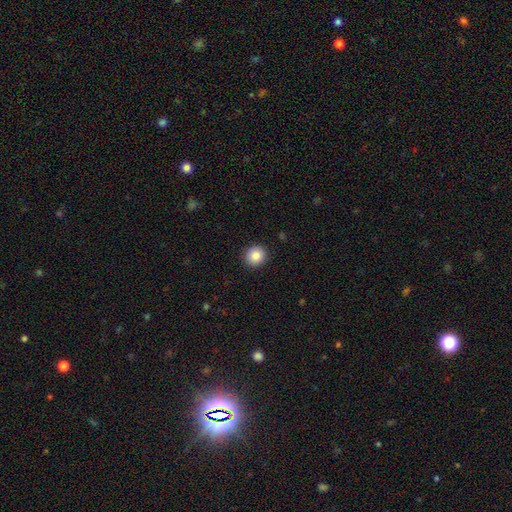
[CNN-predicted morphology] smooth 85%, star or artifact 9%, featured or disk 6%. Down the decision tree: how rounded — round (90%); merging — none (92%).